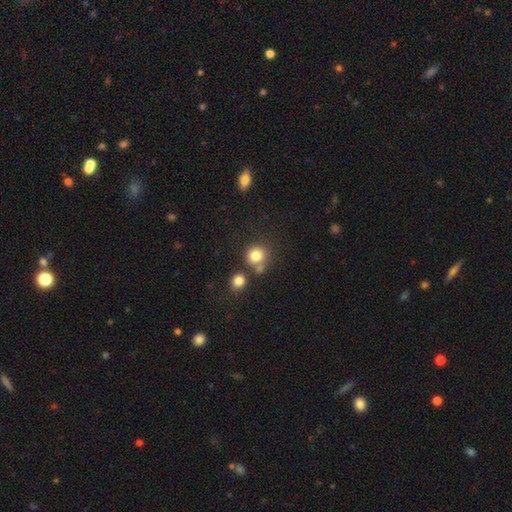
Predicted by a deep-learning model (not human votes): This appears to be a smooth galaxy with no disk features (81%) that is round (88%). Merging: none (62%).